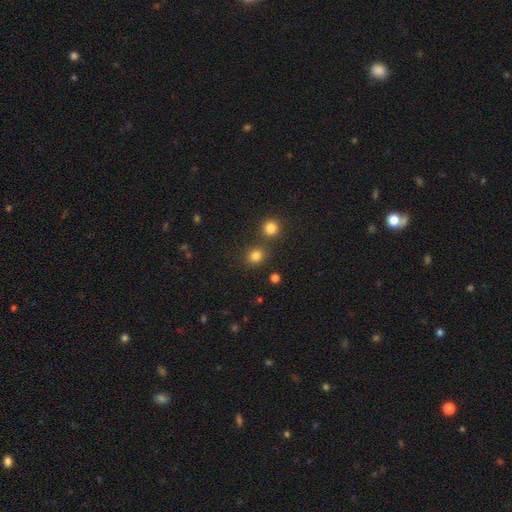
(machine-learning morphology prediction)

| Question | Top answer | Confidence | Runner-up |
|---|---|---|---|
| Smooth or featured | smooth | 81% | star or artifact (15%) |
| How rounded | round | 83% | in between (16%) |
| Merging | none | 76% | merger (14%) |